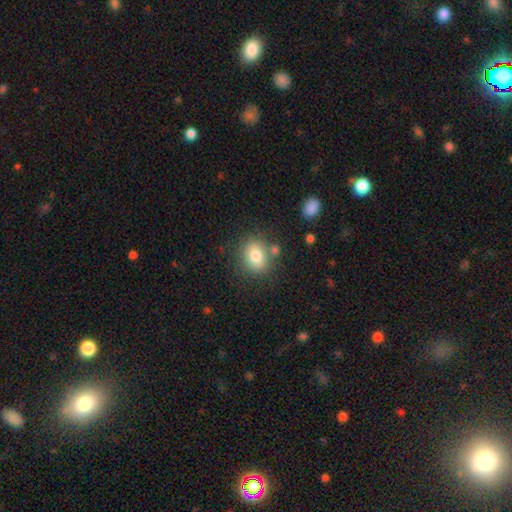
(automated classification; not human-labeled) Morphology: type=smooth (79%); roundness=in between (51%); merging=none (72%).